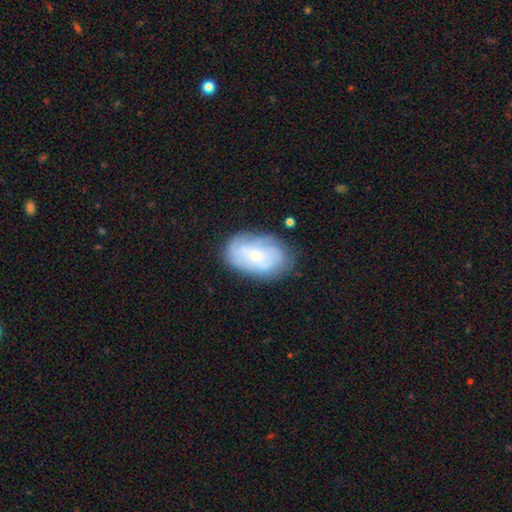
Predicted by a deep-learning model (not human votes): This is possibly a featured or disk galaxy (51%). It is clearly not viewed edge-on (95%). Merging: likely none (67%).